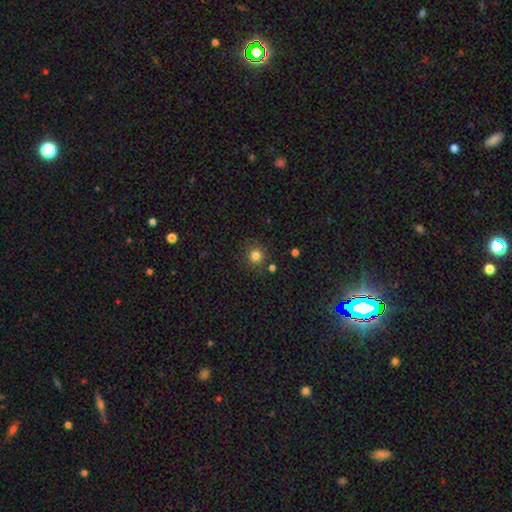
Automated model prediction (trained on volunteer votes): This is clearly a smooth galaxy (81%). How rounded: clearly round (92%). Merging: clearly none (86%).